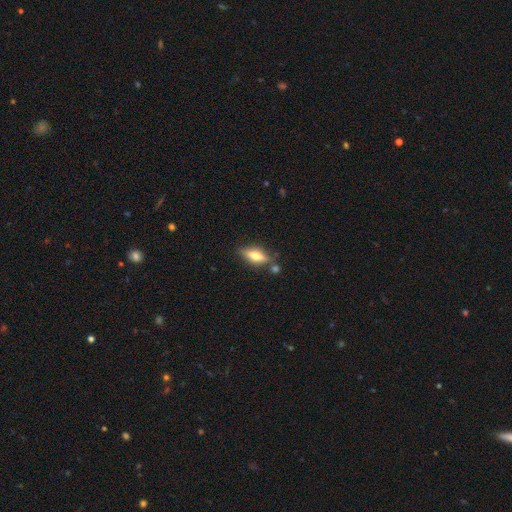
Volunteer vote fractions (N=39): This is possibly a smooth galaxy (54%). How rounded: clearly in between (81%). Merging: likely none (64%).